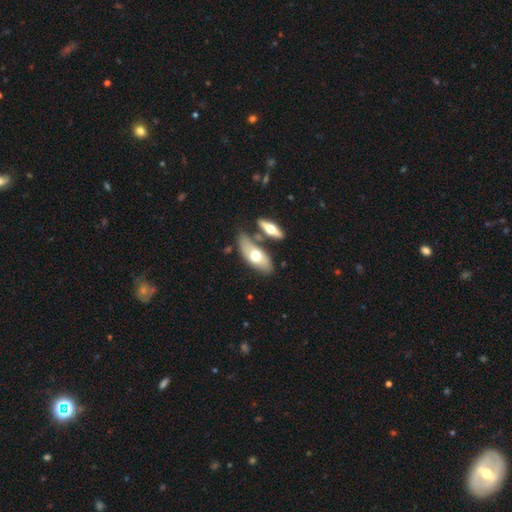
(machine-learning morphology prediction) Smooth or featured?
  - smooth: 55% *
  - featured or disk: 39%
  - star or artifact: 6%
How rounded?
  - in between: 79% *
  - cigar-shaped: 18%
  - round: 3%
Merging?
  - none: 60% *
  - merger: 22%
  - minor disturbance: 14%
  - major disturbance: 4%